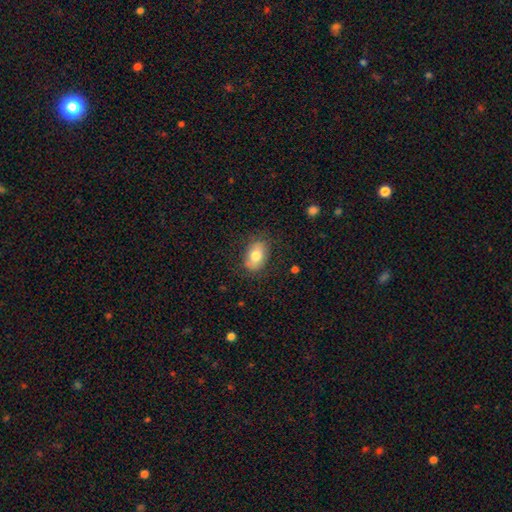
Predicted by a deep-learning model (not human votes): smooth 75%, featured or disk 18%, star or artifact 7%. Down the decision tree: how rounded — in between (85%); merging — none (80%).